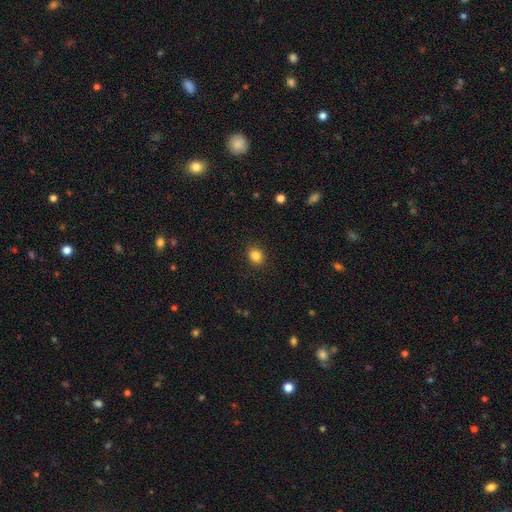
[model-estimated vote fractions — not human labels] This is clearly a smooth galaxy (85%). How rounded: likely round (66%). Merging: clearly none (90%).